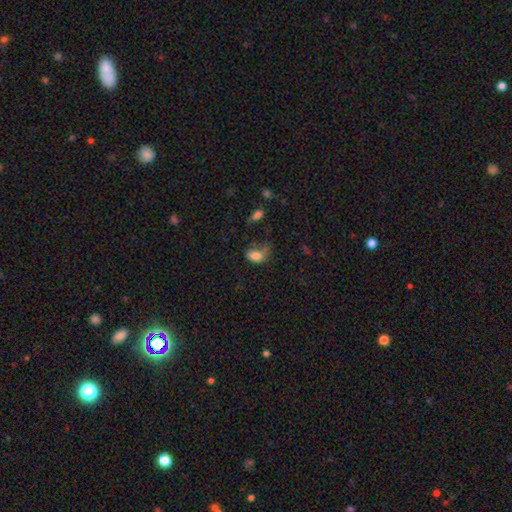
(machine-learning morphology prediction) smooth_or_featured: smooth (p=0.80) [alt: featured or disk p=0.10]
how_rounded: in between (p=0.86) [alt: round p=0.11]
merging: major disturbance (p=0.32) [alt: minor disturbance p=0.31]